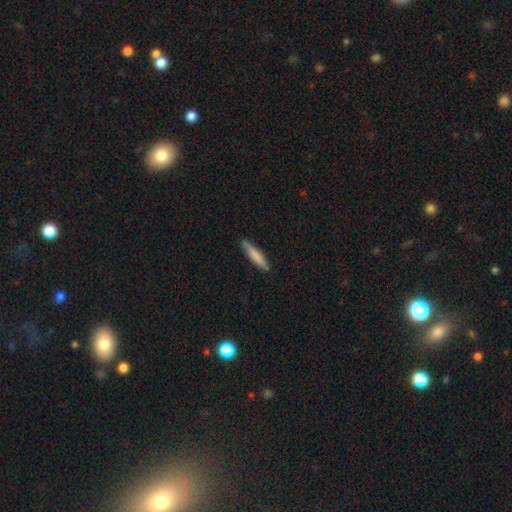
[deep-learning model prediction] smooth-or-featured: smooth: 76% | featured or disk: 18% | star or artifact: 5%
  how-rounded: cigar-shaped: 88% | in between: 11% | round: 1%
  merging: none: 87% | minor disturbance: 10% | major disturbance: 2% | merger: 1%